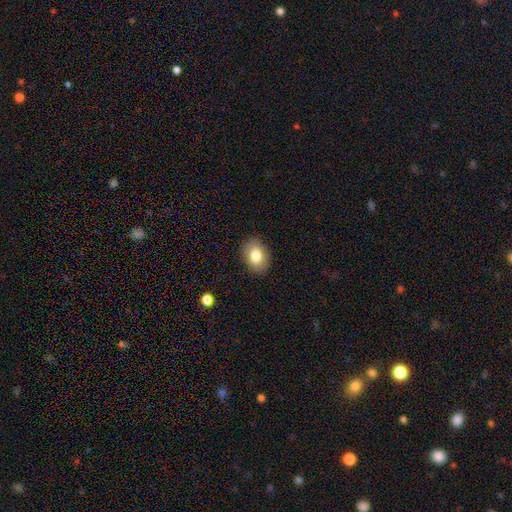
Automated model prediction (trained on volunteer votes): Overall: smooth (81%). How rounded: in between (75%). Merging: none (87%).